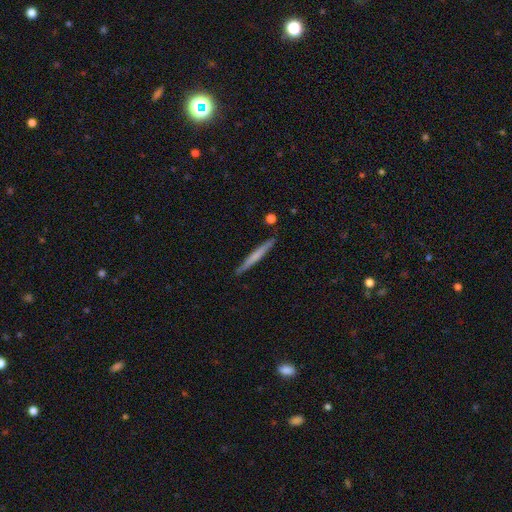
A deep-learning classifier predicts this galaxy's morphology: The model was most divided on "smooth or featured": smooth: 55%, featured or disk: 40%, star or artifact: 5%. More confident: how rounded — cigar-shaped (97%); merging — none (91%).